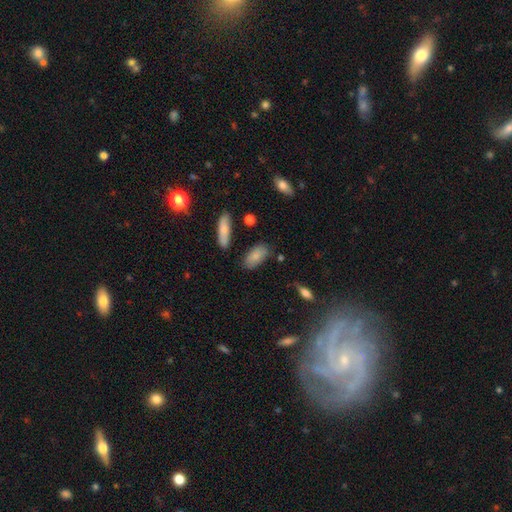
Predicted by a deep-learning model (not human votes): smooth_or_featured: smooth (p=0.83) [alt: featured or disk p=0.10]
how_rounded: in between (p=0.89) [alt: cigar-shaped p=0.08]
merging: none (p=0.77) [alt: minor disturbance p=0.16]